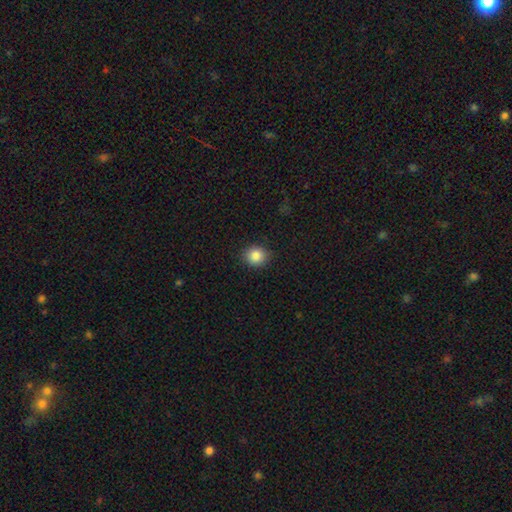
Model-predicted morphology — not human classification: A smooth galaxy with no disk features (85%) that is round (83%). Merging: none (89%).